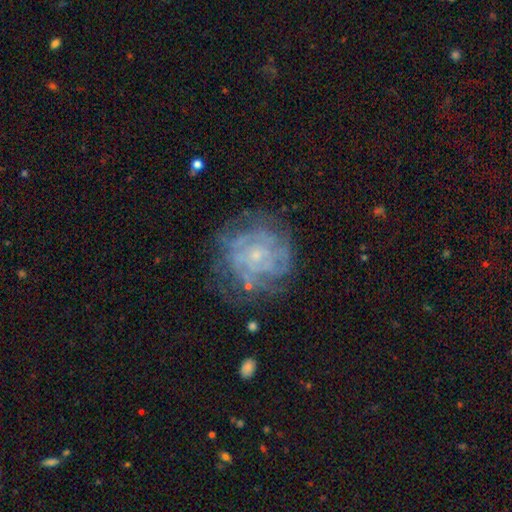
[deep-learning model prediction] A featured or disk galaxy (76%) with no bar (81%), tight (73%) spiral arms (81%) and a small central bulge (79%). Merging: none (68%).